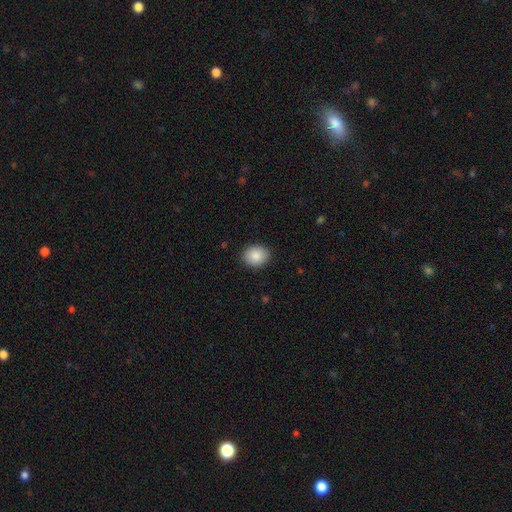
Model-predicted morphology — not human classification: smooth-or-featured: smooth: 88% | star or artifact: 8% | featured or disk: 5%
  how-rounded: round: 56% | in between: 43% | cigar-shaped: 1%
  merging: none: 90% | minor disturbance: 7% | major disturbance: 2% | merger: 1%